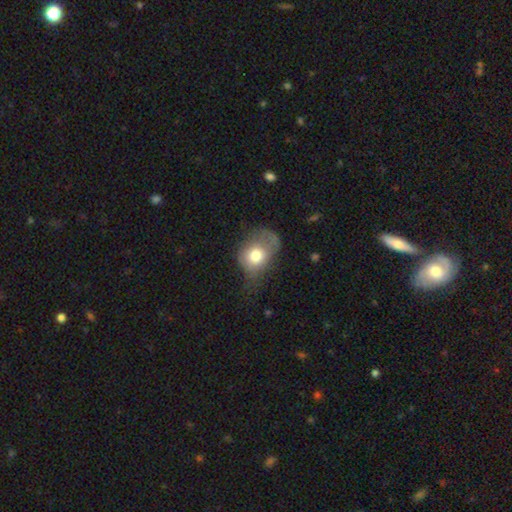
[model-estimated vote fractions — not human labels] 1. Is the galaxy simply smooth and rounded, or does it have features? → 69% smooth, 22% featured or disk, 9% star or artifact.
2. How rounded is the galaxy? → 56% in between, 43% round, 1% cigar-shaped.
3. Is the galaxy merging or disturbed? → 37% major disturbance, 34% minor disturbance, 27% none, 3% merger.